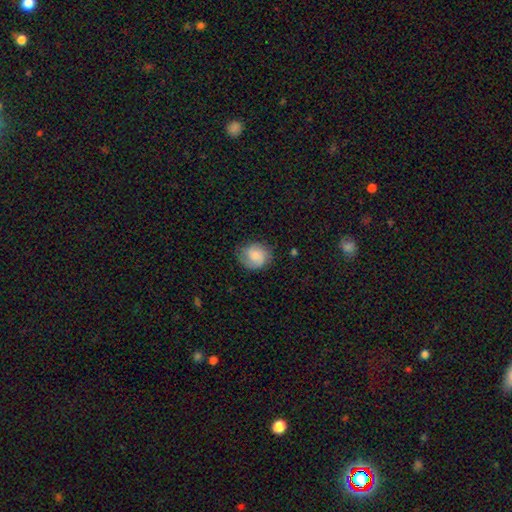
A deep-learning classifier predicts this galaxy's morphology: A smooth galaxy with no disk features (57%) that is round (78%).

Vote fractions:
- Smooth or featured? smooth: 57% / featured or disk: 35% / star or artifact: 8%
- How rounded? round: 78% / in between: 21% / cigar-shaped: 1%
- Merging? none: 71% / minor disturbance: 21% / major disturbance: 7% / merger: 1%